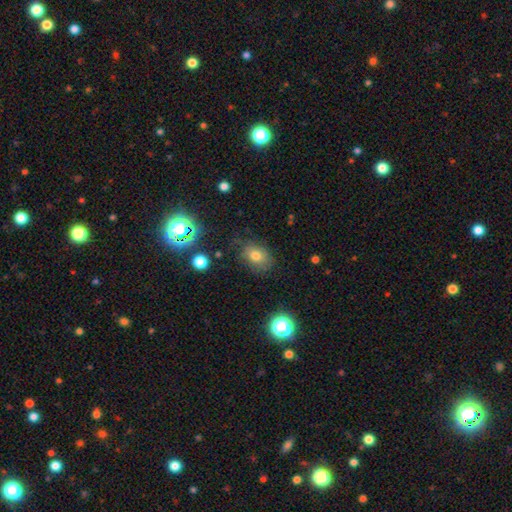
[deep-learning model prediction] smooth-or-featured: smooth: 70% | star or artifact: 15% | featured or disk: 15%
  how-rounded: in between: 67% | round: 32% | cigar-shaped: 1%
  merging: none: 72% | minor disturbance: 19% | major disturbance: 7% | merger: 2%